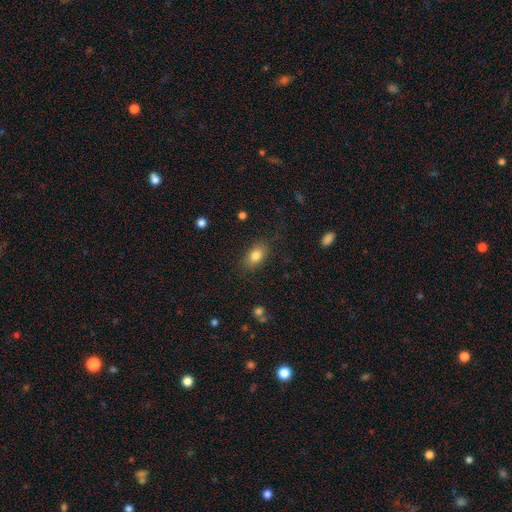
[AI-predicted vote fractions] This is clearly a smooth galaxy (83%). How rounded: clearly in between (87%). Merging: clearly none (83%).